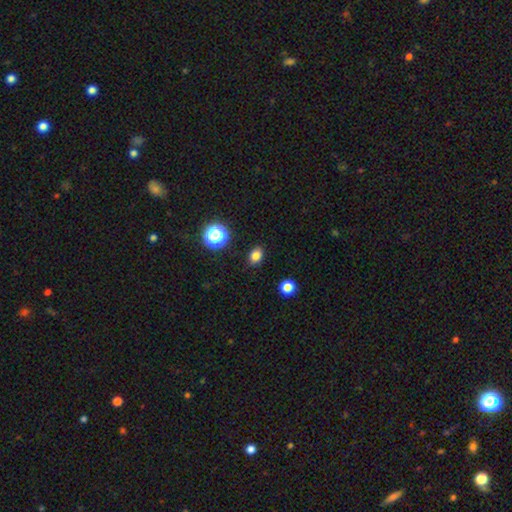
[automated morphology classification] This is clearly a smooth galaxy (81%). How rounded: likely in between (65%). Merging: clearly none (88%).